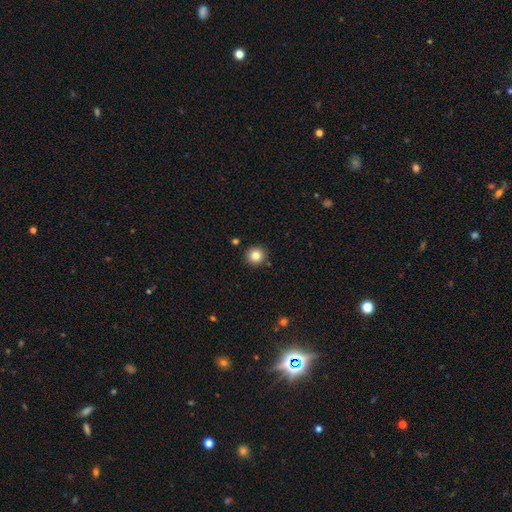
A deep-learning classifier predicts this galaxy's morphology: type=smooth (83%); roundness=round (94%); merging=none (90%).